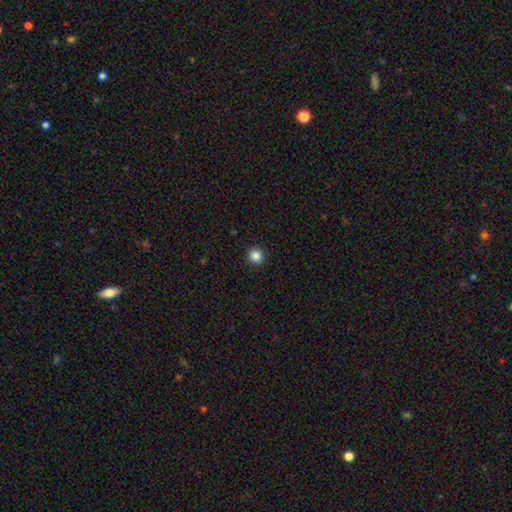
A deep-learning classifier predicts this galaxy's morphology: type=smooth (85%); roundness=round (93%); merging=none (93%).